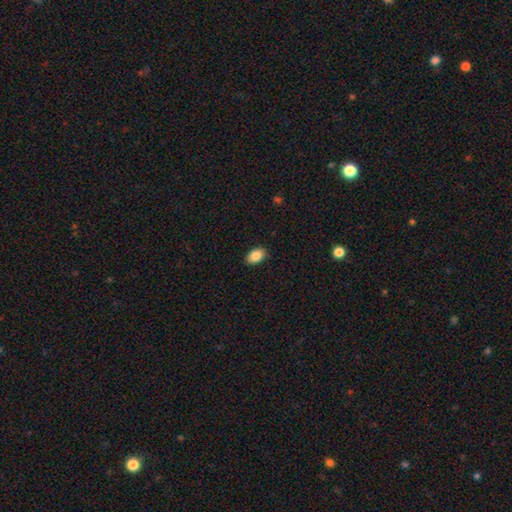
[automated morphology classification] A smooth galaxy with no disk features (87%) that is in between round and cigar-shaped (91%).

Vote fractions:
- Smooth or featured? smooth: 87% / star or artifact: 7% / featured or disk: 6%
- How rounded? in between: 91% / round: 8% / cigar-shaped: 1%
- Merging? none: 88% / minor disturbance: 9% / major disturbance: 2% / merger: 1%